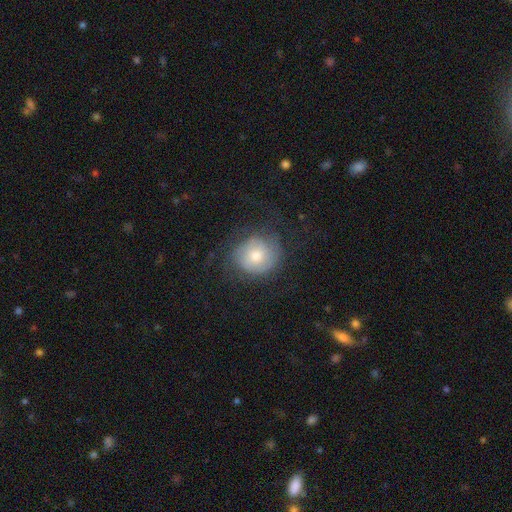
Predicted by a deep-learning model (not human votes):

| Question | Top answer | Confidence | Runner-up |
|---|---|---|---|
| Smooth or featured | smooth | 49% | featured or disk (42%) |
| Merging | none | 67% | minor disturbance (19%) |